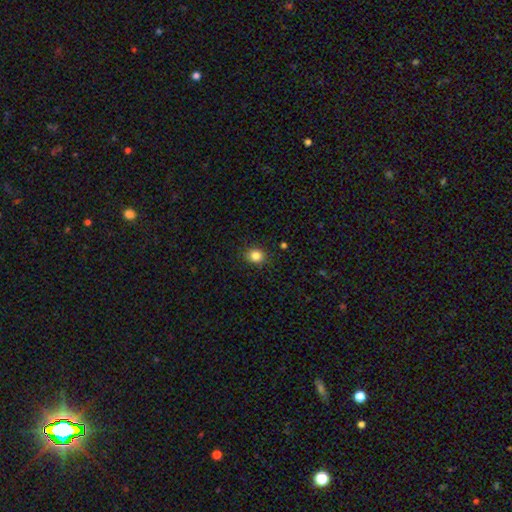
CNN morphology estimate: Q: Smooth or featured?
A: smooth (84%); runner-up: star or artifact (11%)
Q: How rounded?
A: round (69%); runner-up: in between (30%)
Q: Merging?
A: none (87%); runner-up: minor disturbance (9%)